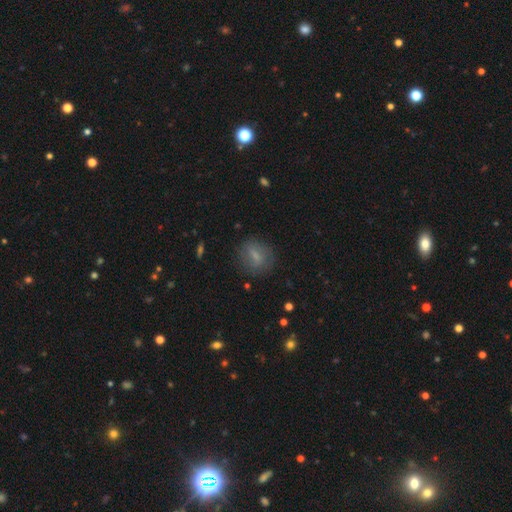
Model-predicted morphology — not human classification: A smooth galaxy with no disk features (61%) that is round (50%).

Vote fractions:
- Smooth or featured? smooth: 61% / featured or disk: 29% / star or artifact: 10%
- How rounded? round: 50% / in between: 44% / cigar-shaped: 6%
- Merging? none: 77% / minor disturbance: 15% / major disturbance: 6% / merger: 2%